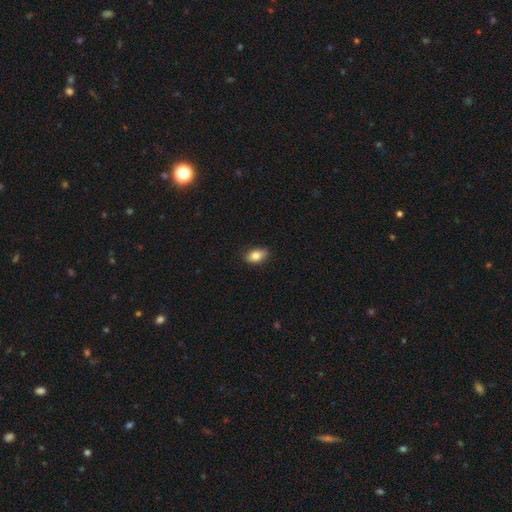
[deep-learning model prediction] Overall: smooth (84%). How rounded: in between (88%). Merging: none (83%).